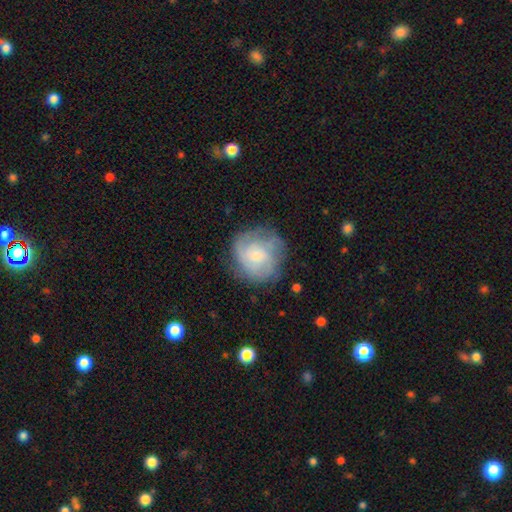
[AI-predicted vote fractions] Overall: featured or disk (56%; smooth 36%). Edge-on disk: no (98%). Bar: no (70%). Spiral arms: yes (80%). Bulge size: small (55%; moderate 37%). Merging: none (67%).